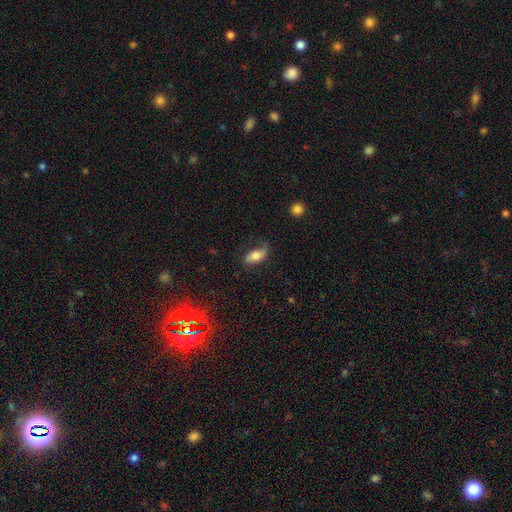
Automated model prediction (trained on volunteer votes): smooth-or-featured: smooth: 61% | featured or disk: 31% | star or artifact: 7%
  how-rounded: in between: 85% | cigar-shaped: 11% | round: 4%
  merging: none: 64% | minor disturbance: 24% | major disturbance: 10% | merger: 2%